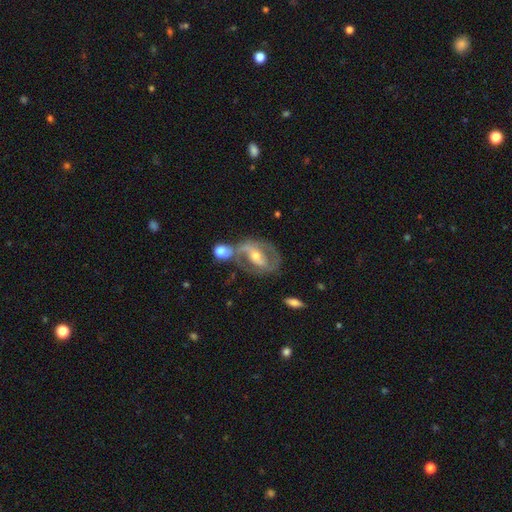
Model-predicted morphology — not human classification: featured or disk 81%, smooth 14%, star or artifact 6%. Down the decision tree: edge-on disk — no (95%); bar — strong (40%); spiral arms — yes (80%); spiral arm count — 2 (75%); spiral winding — medium (47%); bulge size — moderate (58%); merging — none (39%).